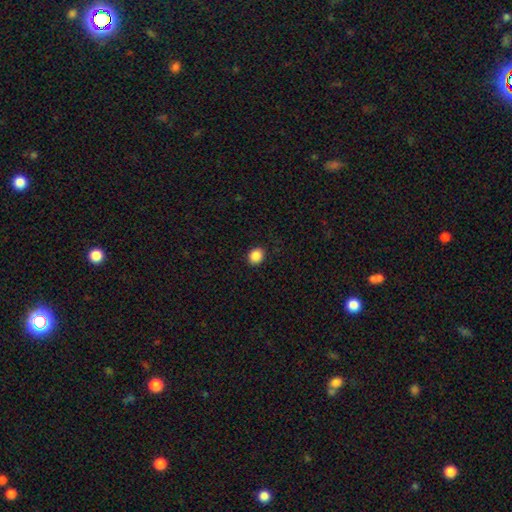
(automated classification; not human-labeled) smooth 88%, star or artifact 9%, featured or disk 3%. Down the decision tree: how rounded — round (61%); merging — none (90%).